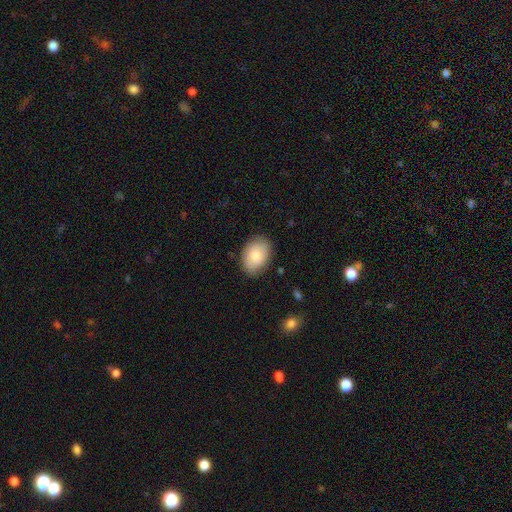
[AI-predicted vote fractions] A smooth galaxy with no disk features (80%) that is in between round and cigar-shaped (80%).

Vote fractions:
- Smooth or featured? smooth: 80% / featured or disk: 14% / star or artifact: 6%
- How rounded? in between: 80% / round: 19% / cigar-shaped: 1%
- Merging? none: 83% / minor disturbance: 13% / major disturbance: 3% / merger: 1%